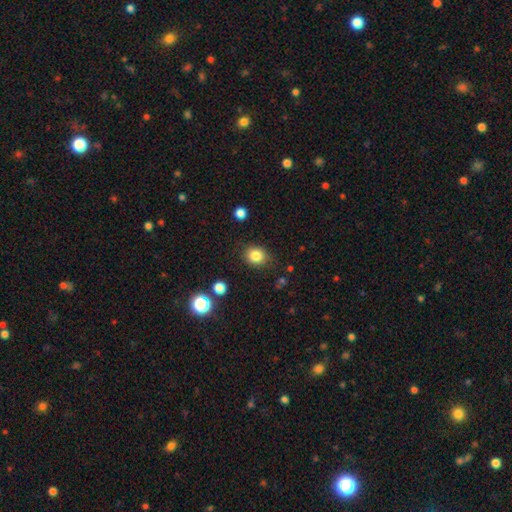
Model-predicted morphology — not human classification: A smooth galaxy with no disk features (83%) that is round (67%).

Vote fractions:
- Smooth or featured? smooth: 83% / star or artifact: 11% / featured or disk: 5%
- How rounded? round: 67% / in between: 32% / cigar-shaped: 1%
- Merging? none: 83% / minor disturbance: 11% / major disturbance: 3% / merger: 2%